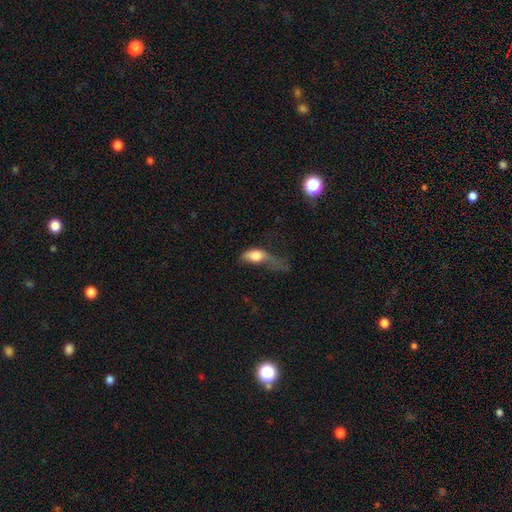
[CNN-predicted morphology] type=smooth (69%); roundness=in between (77%); merging=major disturbance (63%).